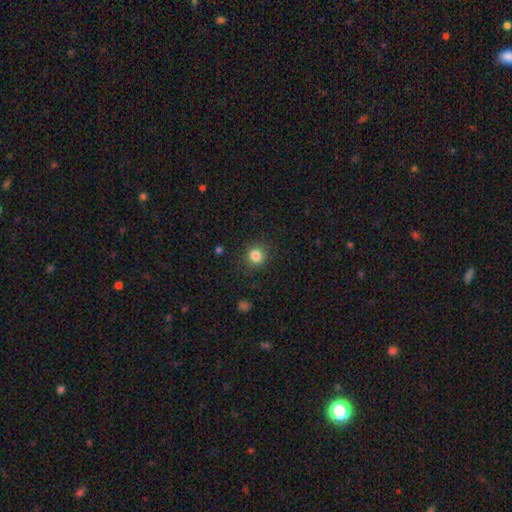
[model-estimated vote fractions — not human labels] A smooth galaxy with no disk features (83%) that is round (81%).

Vote fractions:
- Smooth or featured? smooth: 83% / star or artifact: 12% / featured or disk: 5%
- How rounded? round: 81% / in between: 19% / cigar-shaped: 1%
- Merging? none: 87% / minor disturbance: 9% / major disturbance: 3% / merger: 1%